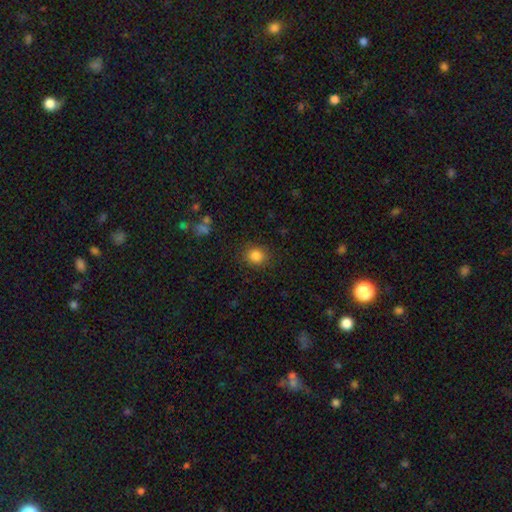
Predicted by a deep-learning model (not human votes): smooth 85%, star or artifact 11%, featured or disk 5%. Down the decision tree: how rounded — round (78%); merging — none (88%).